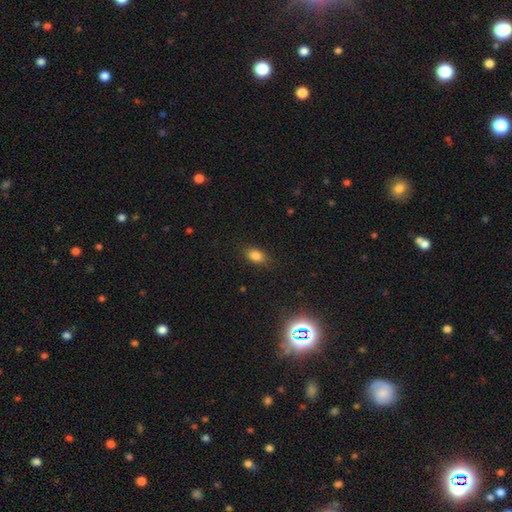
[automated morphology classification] type=smooth (83%); roundness=in between (84%); merging=none (84%).